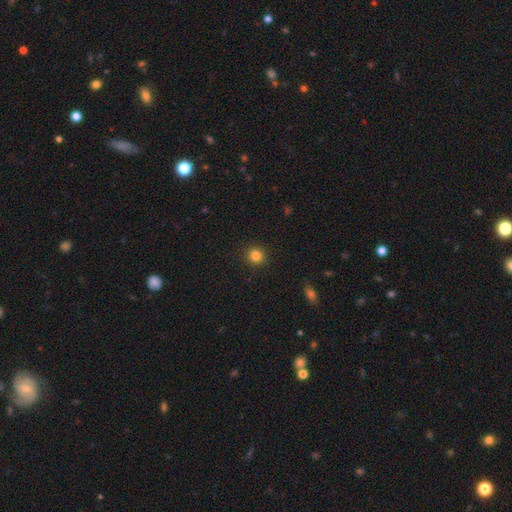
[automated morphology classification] Smooth or featured? smooth (84%)
How rounded? round (92%)
Merging? none (92%)